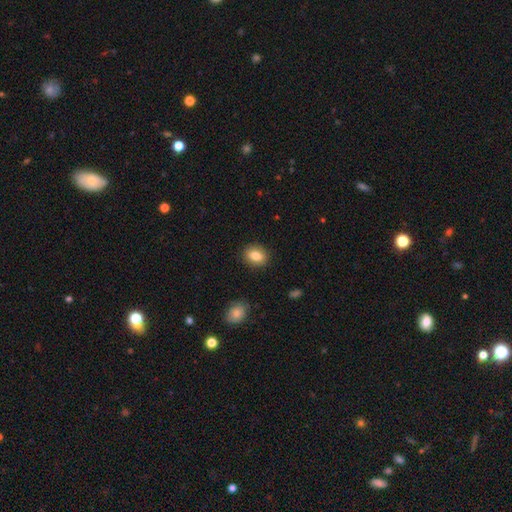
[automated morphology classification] Overall: smooth (83%). How rounded: in between (54%; round 44%). Merging: none (89%).